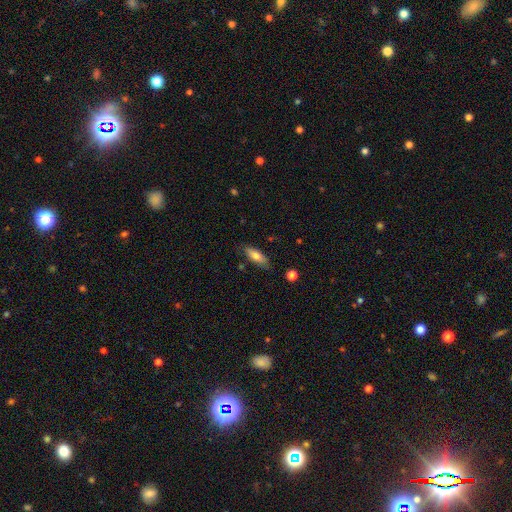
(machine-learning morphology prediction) This appears to be a smooth galaxy with no disk features (72%) that is in between round and cigar-shaped (64%). Merging: none (79%).